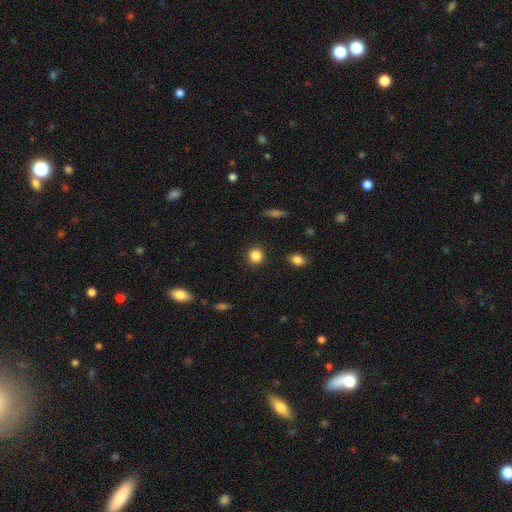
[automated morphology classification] Smooth or featured? Predicted: smooth (p=0.85). How rounded? Predicted: round (p=0.90). Merging? Predicted: none (p=0.91).